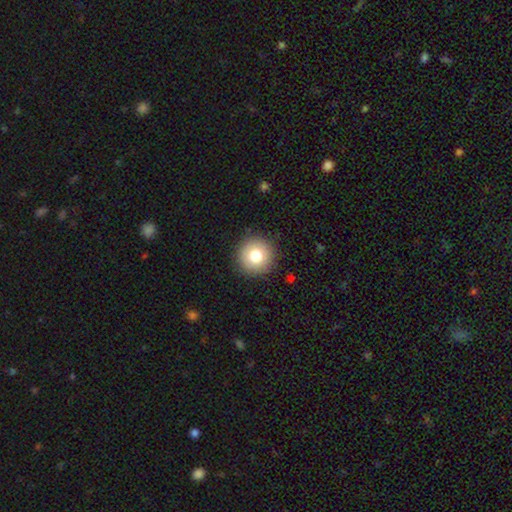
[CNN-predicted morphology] smooth_or_featured: smooth (p=0.78) [alt: featured or disk p=0.12]
how_rounded: round (p=0.95) [alt: in between p=0.04]
merging: none (p=0.90) [alt: minor disturbance p=0.06]